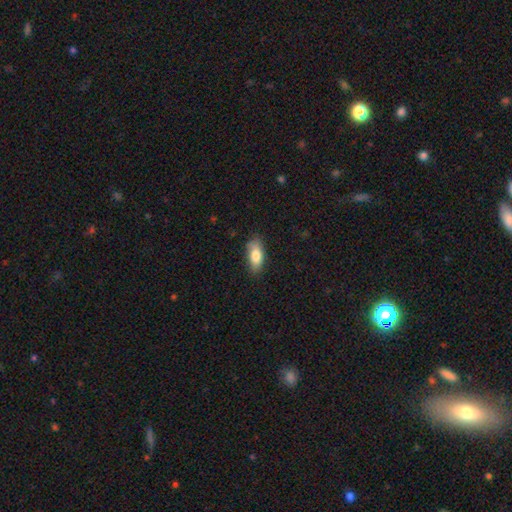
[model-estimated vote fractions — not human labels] The model was most divided on "merging": none: 76%, minor disturbance: 19%, major disturbance: 4%, merger: 1%. More confident: how rounded — in between (82%); smooth or featured — smooth (80%).